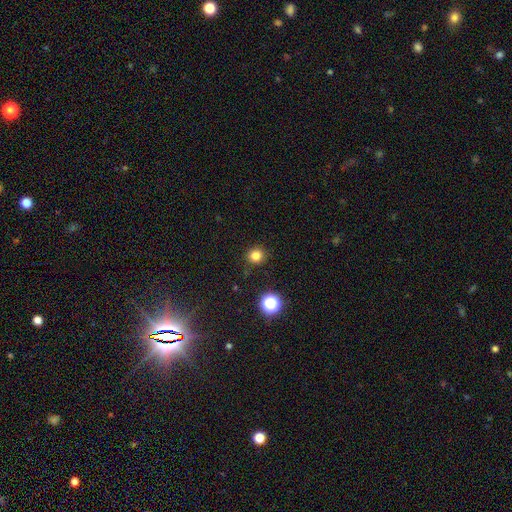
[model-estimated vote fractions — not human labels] smooth-or-featured: smooth: 81% | star or artifact: 15% | featured or disk: 5%
  how-rounded: round: 90% | in between: 9% | cigar-shaped: 1%
  merging: none: 88% | minor disturbance: 8% | major disturbance: 2% | merger: 2%